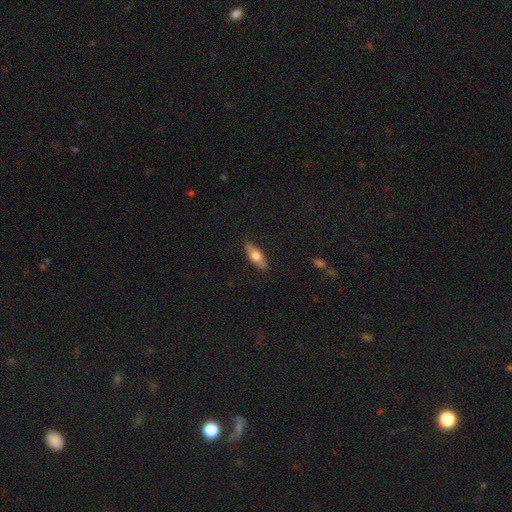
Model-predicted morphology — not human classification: smooth 64%, featured or disk 30%, star or artifact 6%. Down the decision tree: how rounded — in between (74%); merging — none (86%).